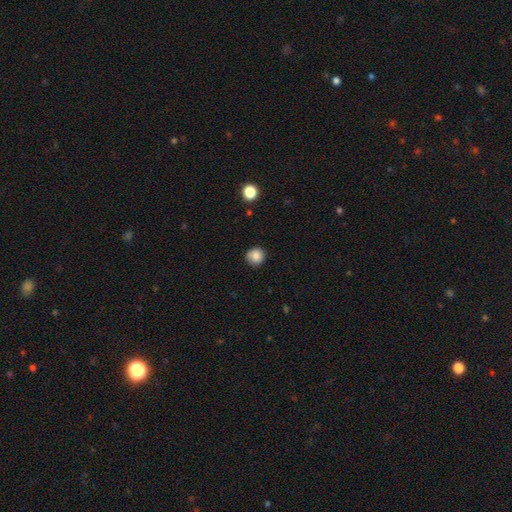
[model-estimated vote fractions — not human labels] Q: Smooth or featured?
A: smooth (85%); runner-up: star or artifact (10%)
Q: How rounded?
A: round (91%); runner-up: in between (8%)
Q: Merging?
A: none (85%); runner-up: minor disturbance (11%)